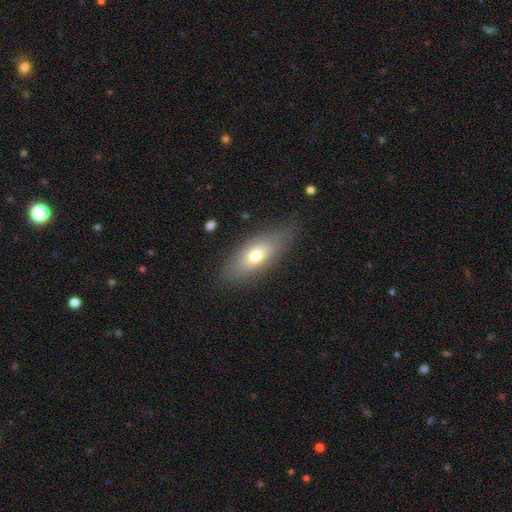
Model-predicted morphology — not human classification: This is likely a smooth galaxy (63%). How rounded: likely in between (77%). Merging: likely none (75%).